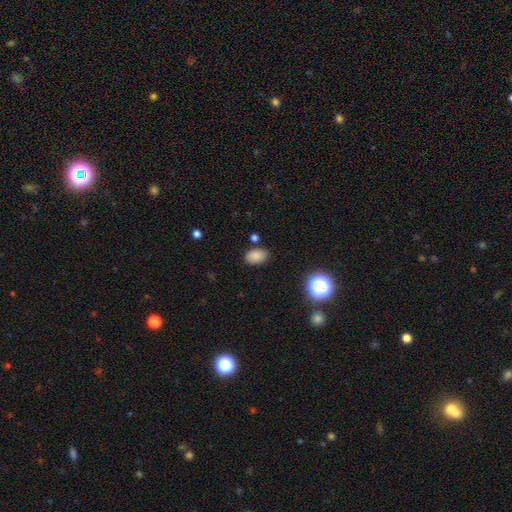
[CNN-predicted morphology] smooth 83%, star or artifact 12%, featured or disk 5%. Down the decision tree: how rounded — in between (86%); merging — none (82%).